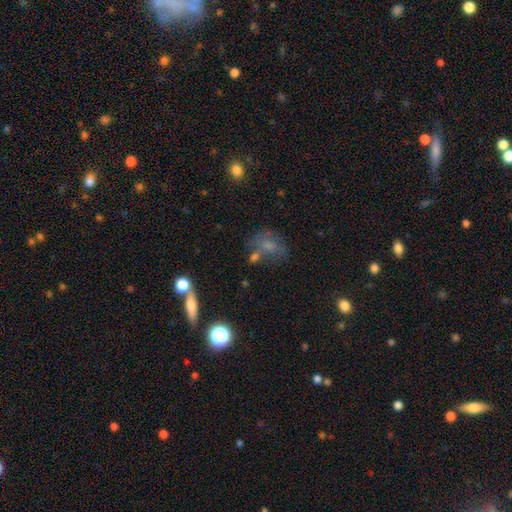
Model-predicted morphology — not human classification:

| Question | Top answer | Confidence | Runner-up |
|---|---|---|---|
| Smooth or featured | smooth | 52% | featured or disk (25%) |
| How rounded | in between | 65% | round (30%) |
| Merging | none | 47% | merger (19%) |